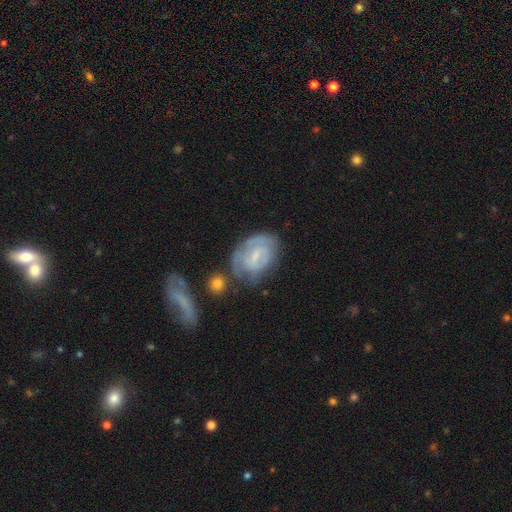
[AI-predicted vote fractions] Morphology: type=featured or disk (67%); edge-on=no (96%); bar=weak (53%); spiral arms=yes (77%); bulge=small (59%); merging=none (53%).